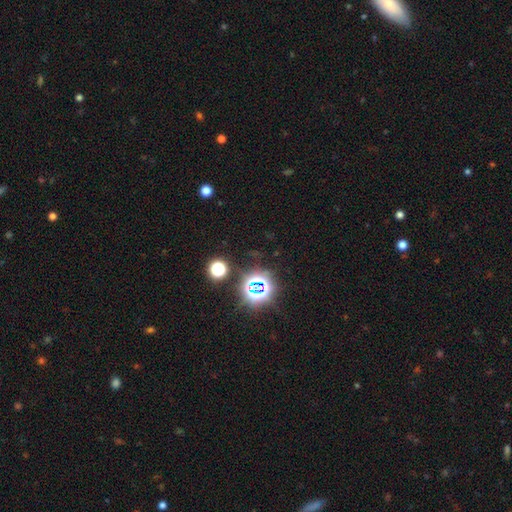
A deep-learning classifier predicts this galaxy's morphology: A star or artifact, not a galaxy (80%).